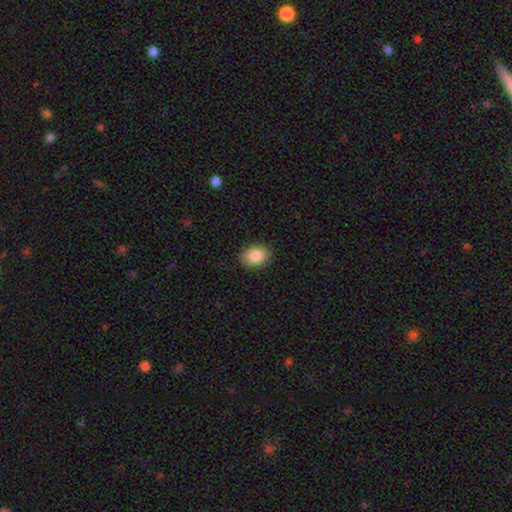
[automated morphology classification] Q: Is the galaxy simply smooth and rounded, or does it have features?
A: smooth — 85%.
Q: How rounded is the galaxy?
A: in between — 71%.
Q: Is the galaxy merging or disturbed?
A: none — 88%.